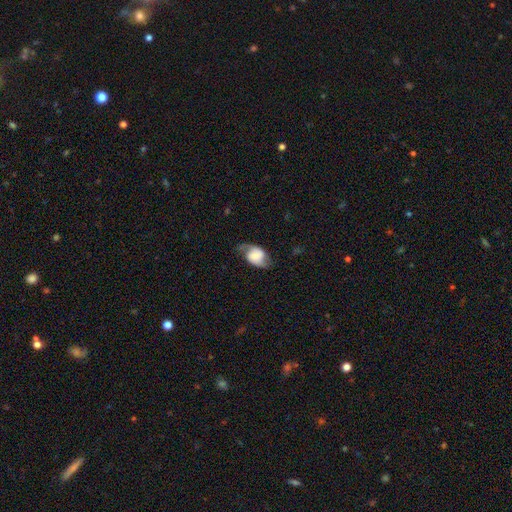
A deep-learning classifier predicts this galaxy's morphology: smooth_or_featured: featured or disk (p=0.54) [alt: smooth p=0.38]
disk_edge_on: no (p=0.95) [alt: yes p=0.05]
bar: no (p=0.47) [alt: weak p=0.35]
has_spiral_arms: yes (p=0.84) [alt: no p=0.16]
bulge_size: large (p=0.24) [tied with: none p=0.24]
merging: none (p=0.58) [alt: minor disturbance p=0.26]